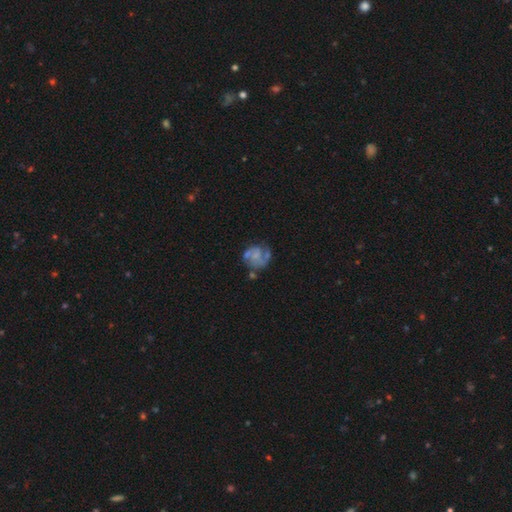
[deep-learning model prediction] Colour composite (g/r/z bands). It shows a featured or disk galaxy (68%) with no bar (70%), spiral arms (75%) and no central bulge (56%). Merging: none (48%).